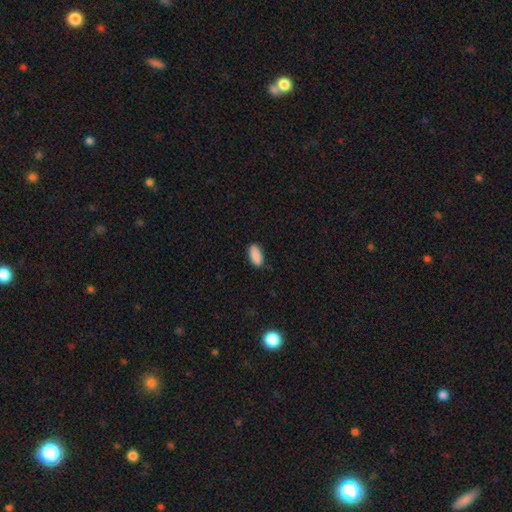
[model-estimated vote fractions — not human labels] This is clearly a smooth galaxy (90%). How rounded: clearly in between (89%). Merging: clearly none (83%).